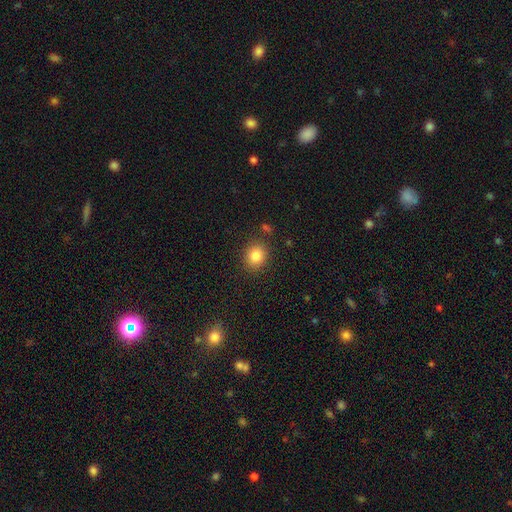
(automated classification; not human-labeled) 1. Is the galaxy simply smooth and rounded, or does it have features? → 84% smooth, 10% star or artifact, 6% featured or disk.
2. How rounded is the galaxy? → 71% round, 28% in between, 1% cigar-shaped.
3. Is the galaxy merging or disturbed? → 85% none, 9% minor disturbance, 3% major disturbance, 3% merger.